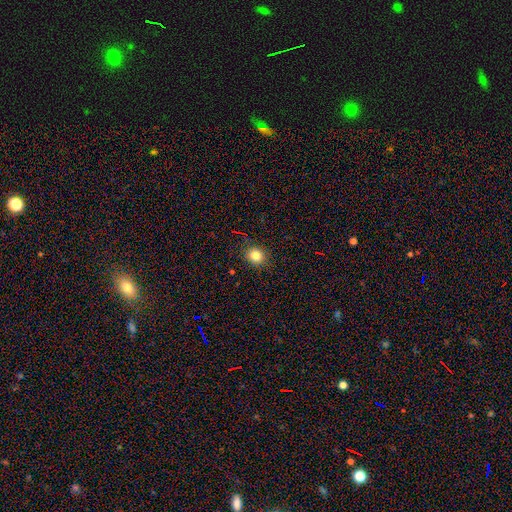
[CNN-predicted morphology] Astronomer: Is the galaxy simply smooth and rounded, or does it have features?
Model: smooth — 82%.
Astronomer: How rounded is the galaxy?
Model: round — 76%.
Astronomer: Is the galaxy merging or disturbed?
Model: none — 89%.